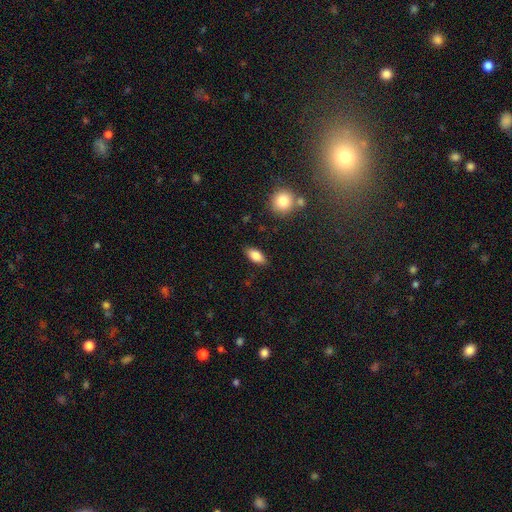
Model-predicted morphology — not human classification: Smooth or featured?
  - smooth: 81% *
  - featured or disk: 12%
  - star or artifact: 7%
How rounded?
  - in between: 86% *
  - cigar-shaped: 11%
  - round: 3%
Merging?
  - none: 87% *
  - minor disturbance: 9%
  - major disturbance: 2%
  - merger: 1%